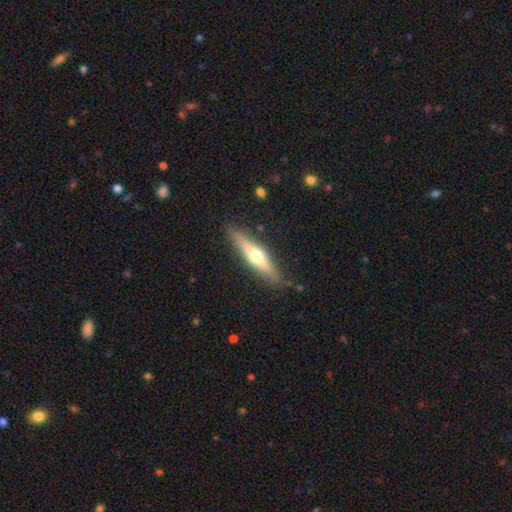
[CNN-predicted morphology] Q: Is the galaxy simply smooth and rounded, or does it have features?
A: featured or disk — 54%.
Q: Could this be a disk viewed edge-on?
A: yes — 92%.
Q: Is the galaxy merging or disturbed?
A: none — 87%.